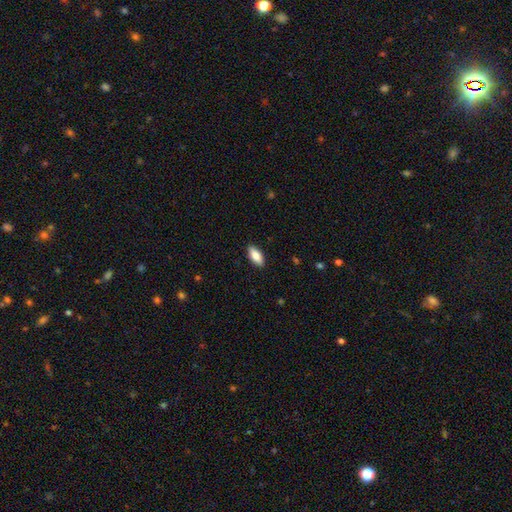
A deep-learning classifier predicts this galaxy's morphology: The model was most divided on "how rounded": in between: 84%, cigar-shaped: 14%, round: 2%. More confident: merging — none (89%); smooth or featured — smooth (82%).